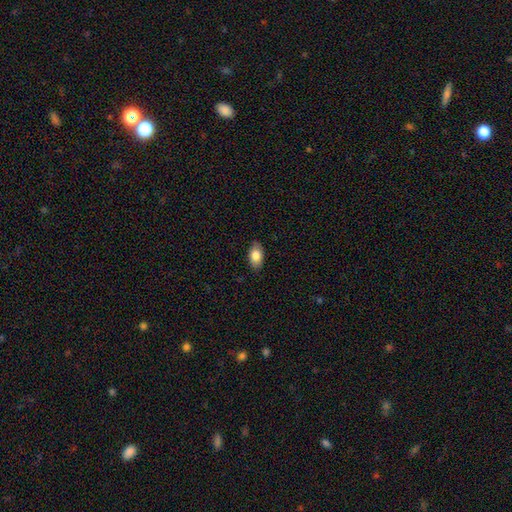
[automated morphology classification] smooth 83%, featured or disk 10%, star or artifact 7%. Down the decision tree: how rounded — in between (92%); merging — none (85%).